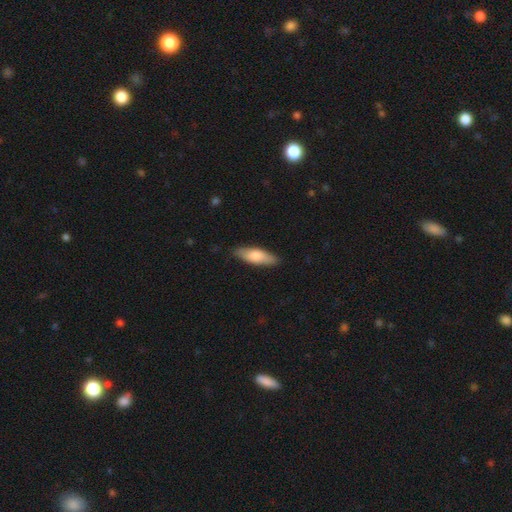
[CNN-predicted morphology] smooth_or_featured: smooth (p=0.72) [alt: featured or disk p=0.23]
how_rounded: in between (p=0.57) [alt: cigar-shaped p=0.41]
merging: none (p=0.85) [alt: minor disturbance p=0.12]